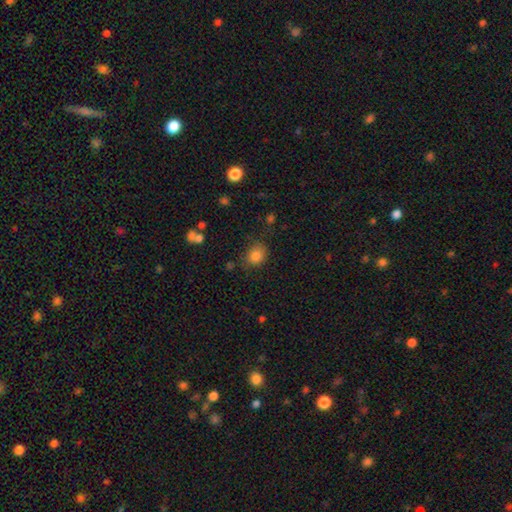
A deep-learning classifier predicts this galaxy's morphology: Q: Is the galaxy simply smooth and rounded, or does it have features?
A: smooth — 82%.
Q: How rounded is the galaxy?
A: round — 55%.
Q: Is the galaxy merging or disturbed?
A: none — 73%.